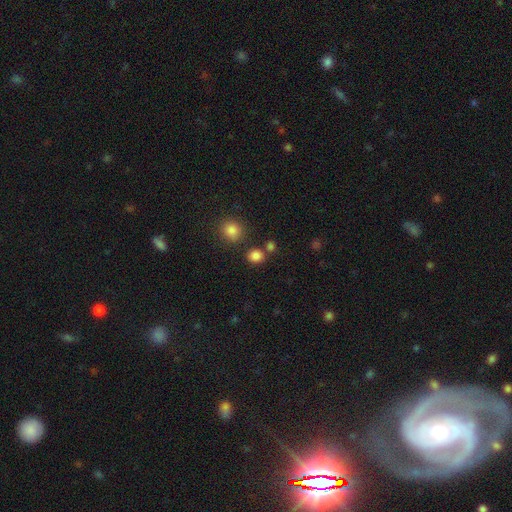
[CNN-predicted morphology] The model was most divided on "how rounded": round: 74%, in between: 25%, cigar-shaped: 1%. More confident: smooth or featured — smooth (83%); merging — none (76%).